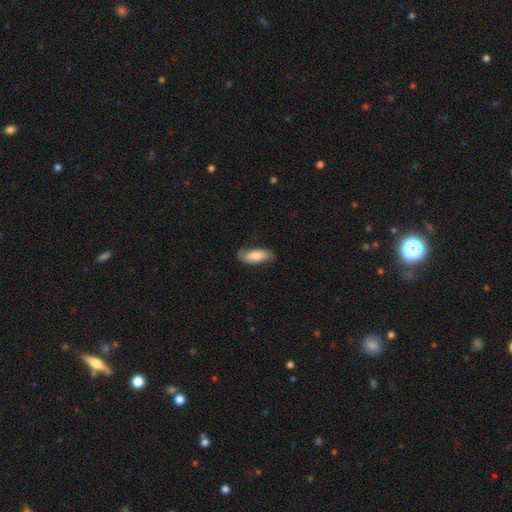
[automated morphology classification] A smooth galaxy with no disk features (72%) that is in between round and cigar-shaped (81%).

Vote fractions:
- Smooth or featured? smooth: 72% / featured or disk: 22% / star or artifact: 6%
- How rounded? in between: 81% / cigar-shaped: 17% / round: 2%
- Merging? none: 67% / minor disturbance: 25% / major disturbance: 7% / merger: 1%